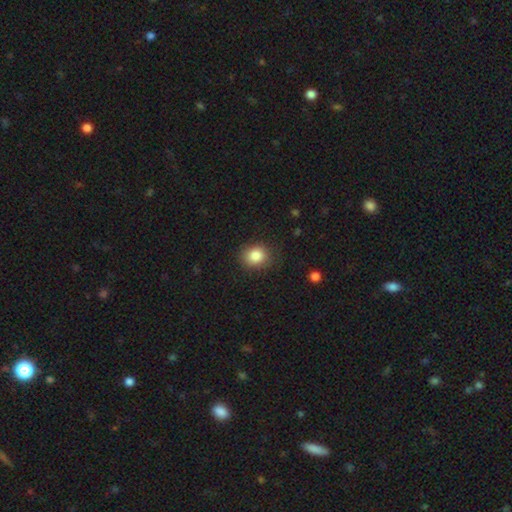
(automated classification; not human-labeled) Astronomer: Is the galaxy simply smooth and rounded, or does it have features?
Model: smooth — 85%.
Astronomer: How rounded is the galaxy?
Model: round — 67%.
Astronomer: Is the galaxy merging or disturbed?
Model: none — 82%.